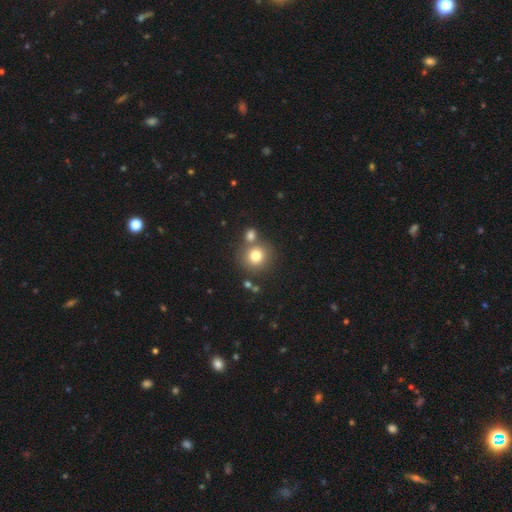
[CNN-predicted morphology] smooth-or-featured: smooth: 77% | star or artifact: 12% | featured or disk: 11%
  how-rounded: round: 90% | in between: 10% | cigar-shaped: 1%
  merging: none: 67% | merger: 21% | minor disturbance: 9% | major disturbance: 3%